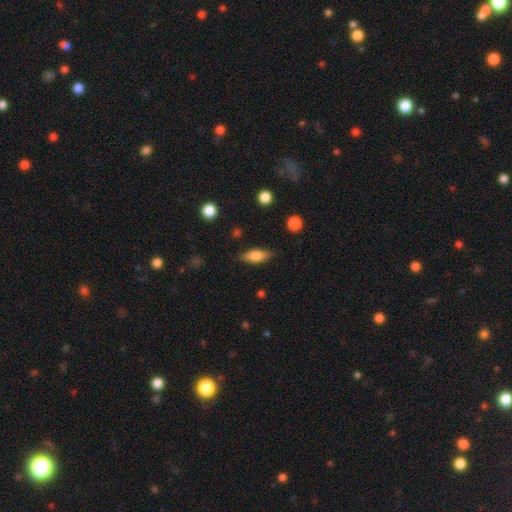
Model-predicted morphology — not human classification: Overall: smooth (67%). How rounded: in between (69%). Merging: none (83%).